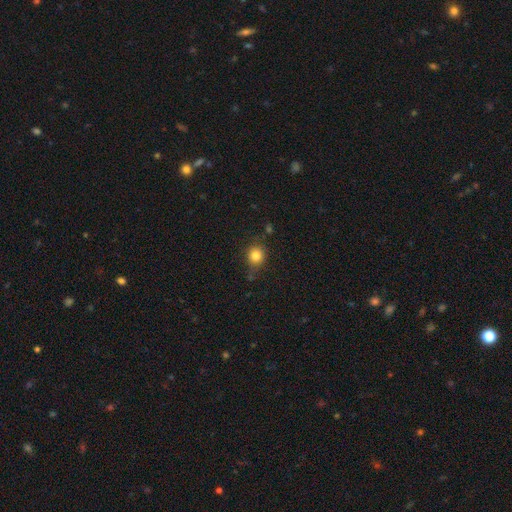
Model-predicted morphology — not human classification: Smooth or featured? Predicted: smooth (p=0.82). How rounded? Predicted: round (p=0.84). Merging? Predicted: none (p=0.72).